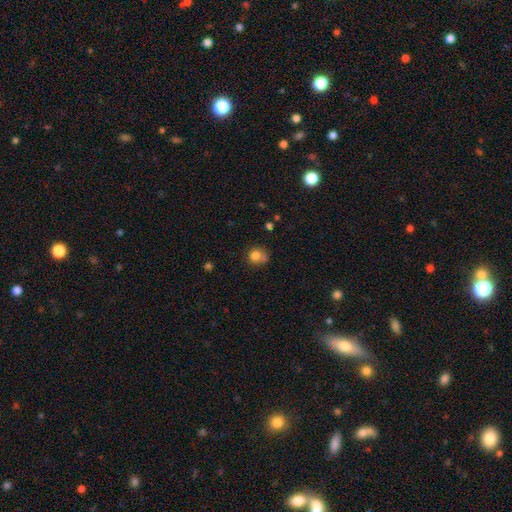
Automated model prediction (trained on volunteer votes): A smooth galaxy with no disk features (79%) that is round (81%).

Vote fractions:
- Smooth or featured? smooth: 79% / star or artifact: 12% / featured or disk: 10%
- How rounded? round: 81% / in between: 19% / cigar-shaped: 1%
- Merging? none: 50% / merger: 22% / minor disturbance: 20% / major disturbance: 8%